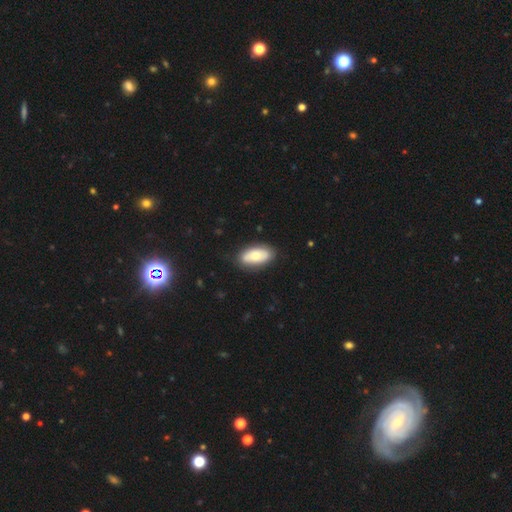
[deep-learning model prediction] The model was most divided on "smooth or featured": smooth: 63%, featured or disk: 31%, star or artifact: 6%. More confident: how rounded — in between (92%); merging — none (82%).